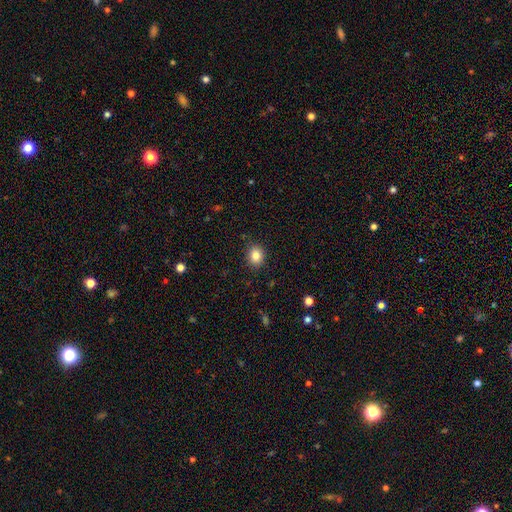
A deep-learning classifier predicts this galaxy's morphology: A smooth galaxy with no disk features (83%) that is round (64%).

Vote fractions:
- Smooth or featured? smooth: 83% / star or artifact: 10% / featured or disk: 7%
- How rounded? round: 64% / in between: 35% / cigar-shaped: 1%
- Merging? none: 89% / minor disturbance: 8% / major disturbance: 2% / merger: 1%